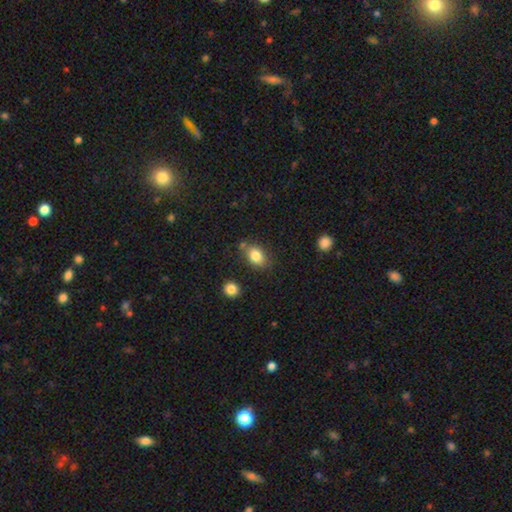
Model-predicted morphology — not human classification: A smooth galaxy with no disk features (83%) that is in between round and cigar-shaped (73%). Merging: none (71%).